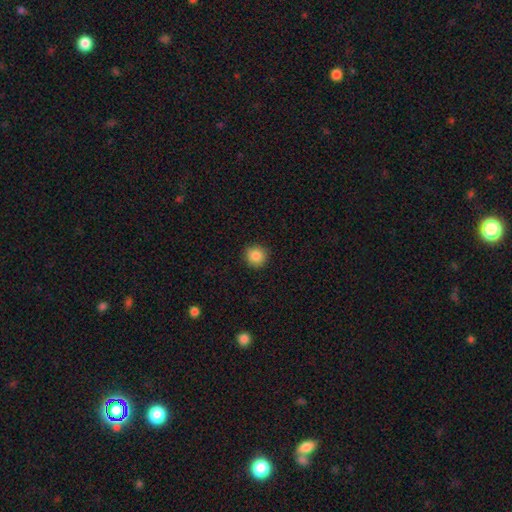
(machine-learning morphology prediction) The model was most divided on "smooth or featured": smooth: 86%, star or artifact: 10%, featured or disk: 4%. More confident: how rounded — round (92%); merging — none (91%).